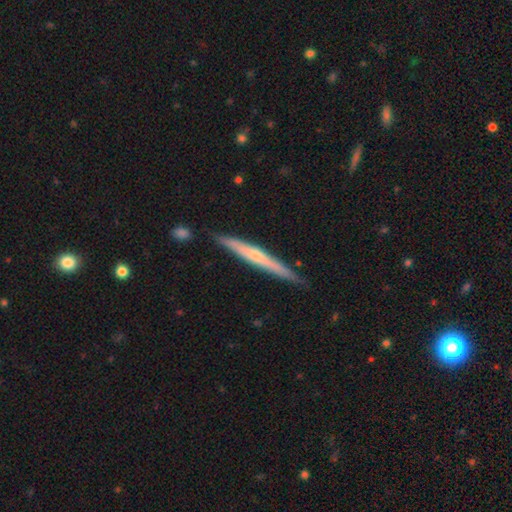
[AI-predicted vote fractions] Smooth or featured? featured or disk (54%)
Edge-on disk? yes (97%)
Edge-on bulge? none (51%)
Merging? none (86%)